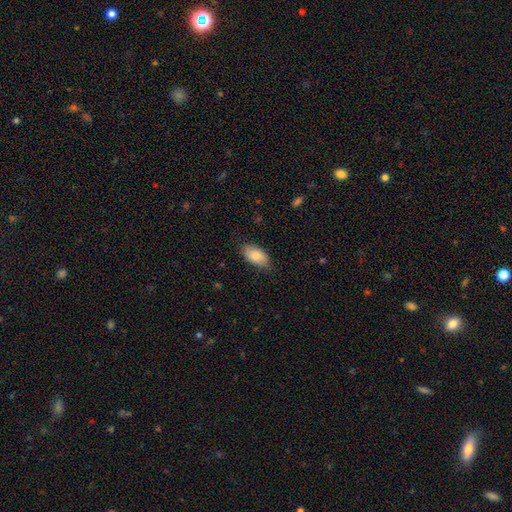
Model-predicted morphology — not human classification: type=smooth (80%); roundness=in between (94%); merging=none (83%).